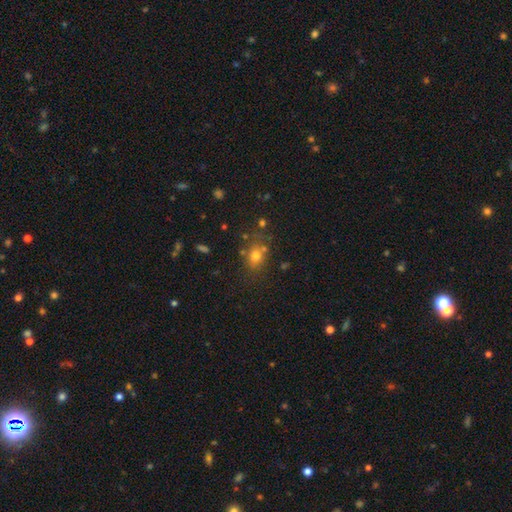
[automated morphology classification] The model was most divided on "how rounded": round: 54%, in between: 45%, cigar-shaped: 1%. More confident: smooth or featured — smooth (72%); merging — none (66%).